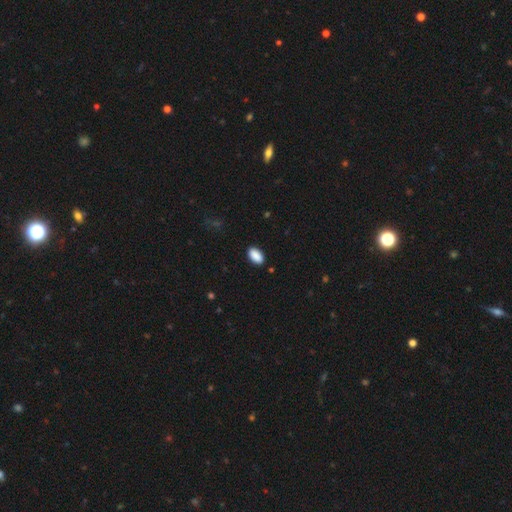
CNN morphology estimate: Smooth or featured? smooth (90%)
How rounded? in between (94%)
Merging? none (88%)